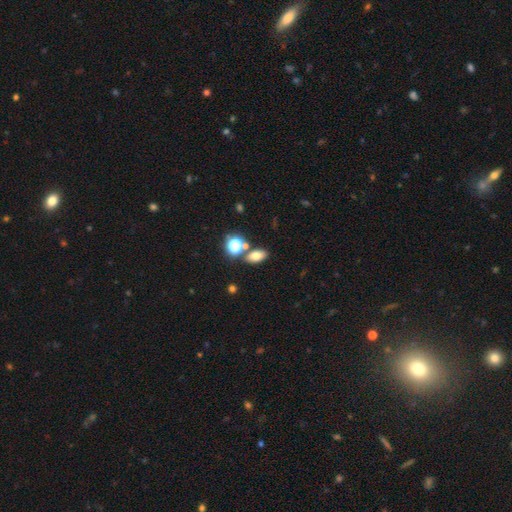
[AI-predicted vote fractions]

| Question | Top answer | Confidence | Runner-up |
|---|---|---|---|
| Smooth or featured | smooth | 73% | star or artifact (17%) |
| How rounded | in between | 79% | round (18%) |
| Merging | none | 71% | merger (16%) |